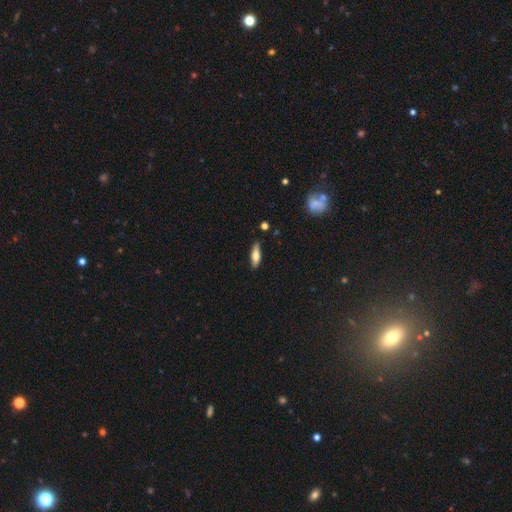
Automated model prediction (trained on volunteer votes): Morphology: type=smooth (69%); roundness=in between (53%); merging=none (86%).